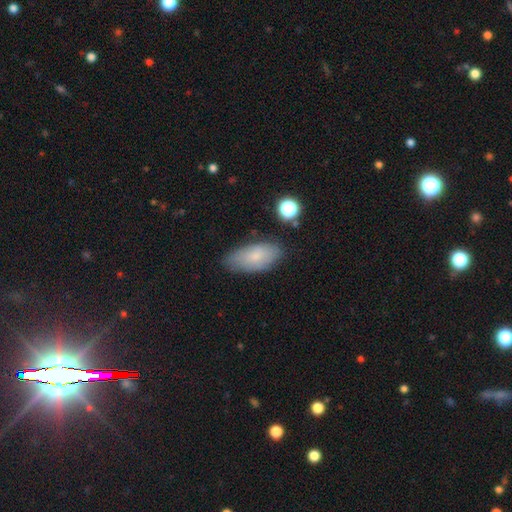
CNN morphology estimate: Smooth or featured? smooth (75%)
How rounded? in between (90%)
Merging? none (74%)